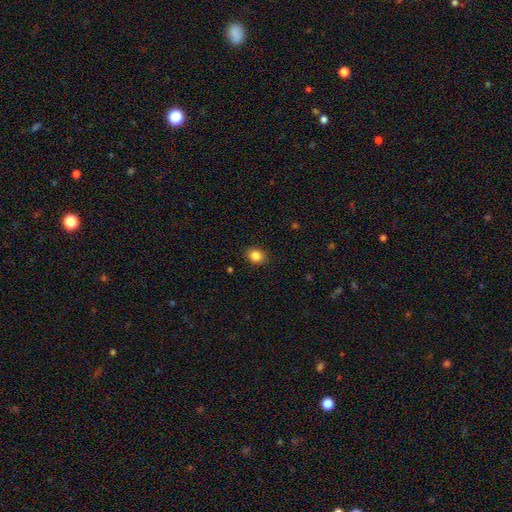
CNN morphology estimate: smooth_or_featured: smooth (p=0.84) [alt: star or artifact p=0.10]
how_rounded: round (p=0.60) [alt: in between p=0.39]
merging: none (p=0.89) [alt: minor disturbance p=0.08]